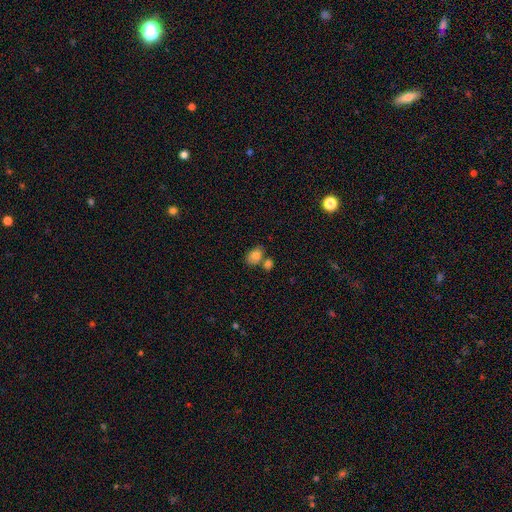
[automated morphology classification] smooth_or_featured: smooth (p=0.80) [alt: featured or disk p=0.11]
how_rounded: in between (p=0.77) [alt: round p=0.22]
merging: none (p=0.53) [alt: merger p=0.28]